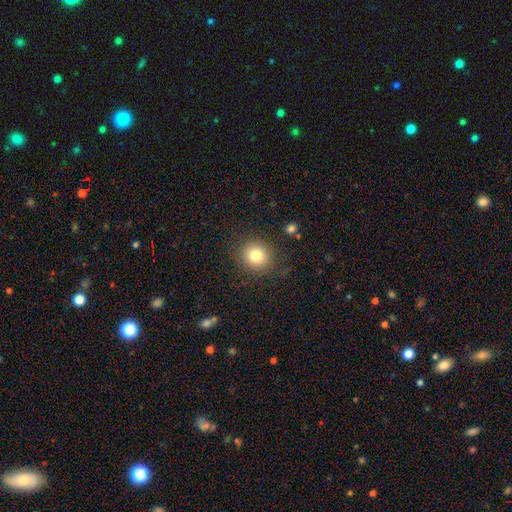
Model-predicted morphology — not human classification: Smooth or featured: smooth — 80% (star or artifact — 11%)
How rounded: round — 87% (in between — 12%)
Merging: none — 86% (minor disturbance — 9%)